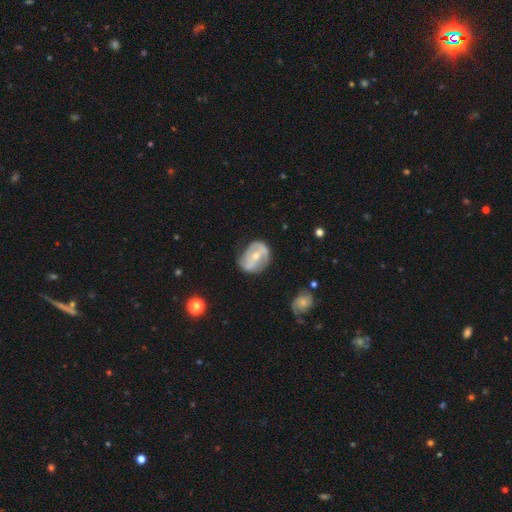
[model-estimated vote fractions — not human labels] The model was most divided on "bar" (2-way tie): strong: 35%, weak: 35%, no: 31%. Remaining: edge-on disk — no (96%); spiral arms — yes (79%); smooth or featured — featured or disk (74%); spiral arm count — 2 (73%); merging — none (64%); bulge size — moderate (51%); spiral winding — medium (40%).